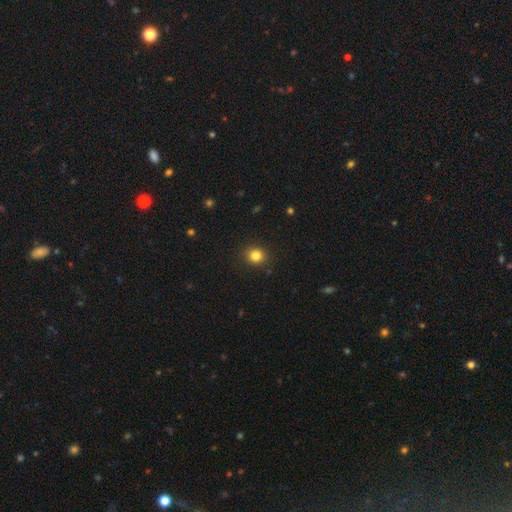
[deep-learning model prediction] A smooth galaxy with no disk features (84%) that is round (84%). Merging: none (90%).